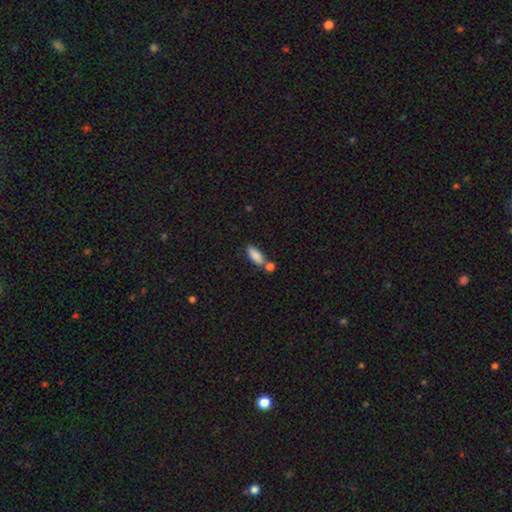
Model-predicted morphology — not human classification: This is clearly a smooth galaxy (86%). How rounded: likely in between (79%). Merging: possibly none (56%).